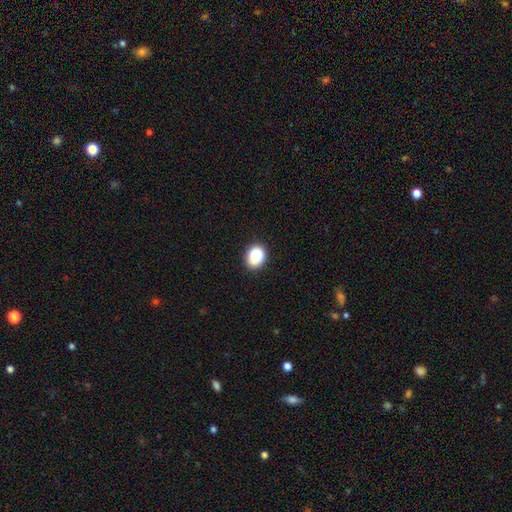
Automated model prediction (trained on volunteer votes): The model was most divided on "how rounded": in between: 60%, round: 39%, cigar-shaped: 1%. More confident: smooth or featured — smooth (89%); merging — none (87%).